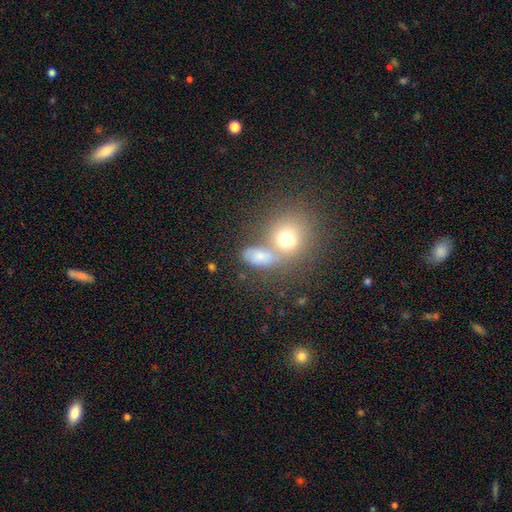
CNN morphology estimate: This appears to be a smooth galaxy with no disk features (65%) that is in between round and cigar-shaped (65%). Merging: merger (44%).